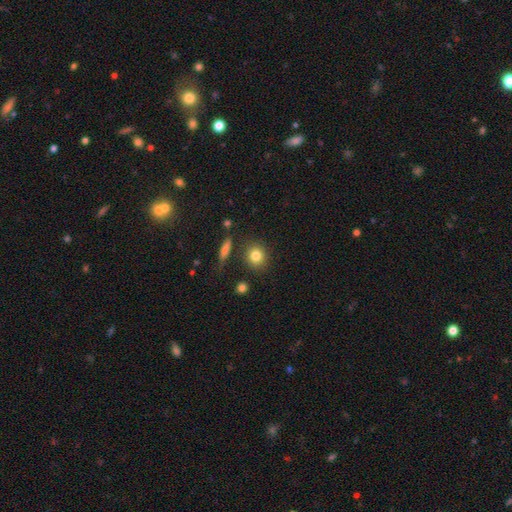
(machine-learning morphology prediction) Smooth or featured?
  - smooth: 83% *
  - star or artifact: 10%
  - featured or disk: 8%
How rounded?
  - round: 80% *
  - in between: 18%
  - cigar-shaped: 2%
Merging?
  - none: 85% *
  - minor disturbance: 8%
  - merger: 4%
  - major disturbance: 3%